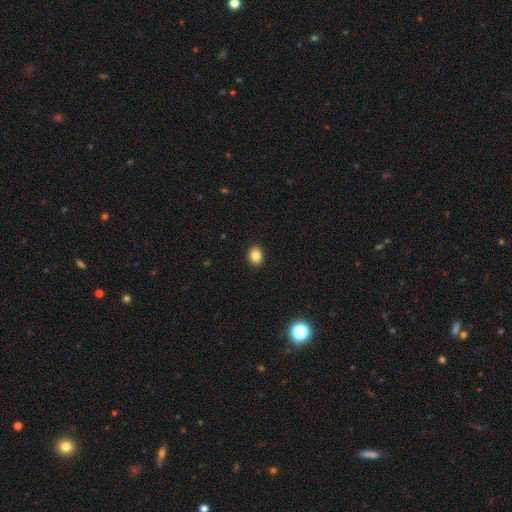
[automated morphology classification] Q: Smooth or featured?
A: smooth (83%); runner-up: star or artifact (10%)
Q: How rounded?
A: in between (51%); runner-up: round (48%)
Q: Merging?
A: none (91%); runner-up: minor disturbance (6%)